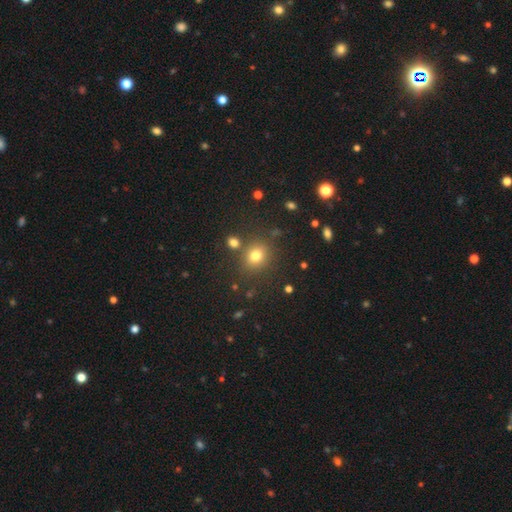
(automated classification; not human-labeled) This is likely a smooth galaxy (75%). How rounded: likely round (69%). Merging: likely none (78%).